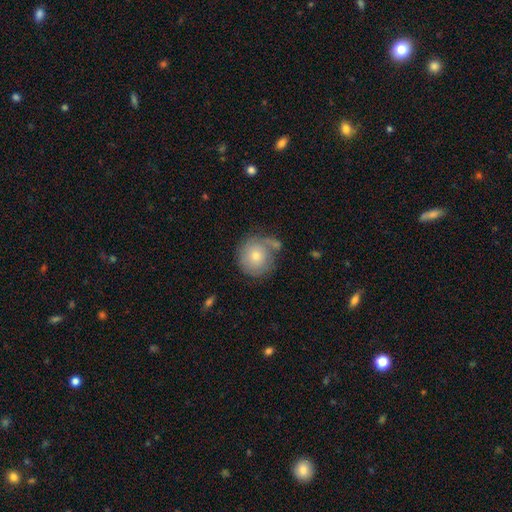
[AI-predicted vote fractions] This appears to be a smooth galaxy with no disk features (70%) that is round (92%). Merging: none (58%).